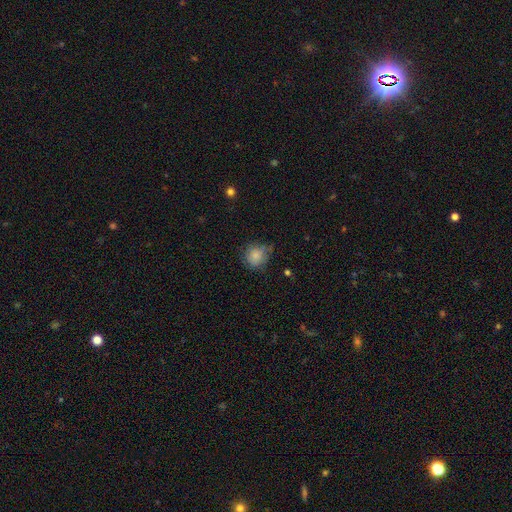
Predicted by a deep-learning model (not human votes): smooth-or-featured: smooth: 81% | star or artifact: 10% | featured or disk: 9%
  how-rounded: round: 81% | in between: 18% | cigar-shaped: 1%
  merging: none: 63% | minor disturbance: 27% | major disturbance: 7% | merger: 2%